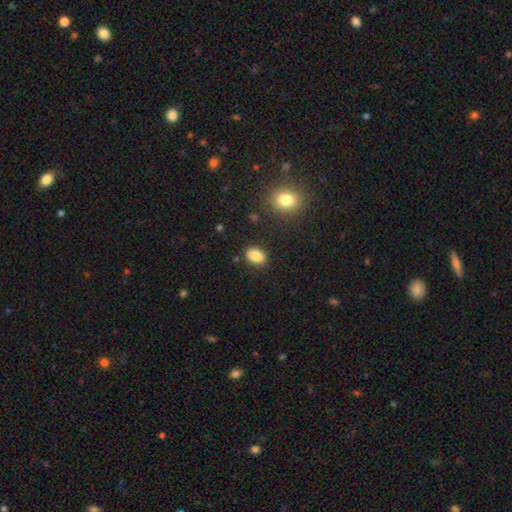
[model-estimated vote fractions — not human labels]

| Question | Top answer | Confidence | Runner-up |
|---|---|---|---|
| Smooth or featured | smooth | 84% | star or artifact (9%) |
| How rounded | in between | 81% | round (18%) |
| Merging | none | 87% | minor disturbance (9%) |